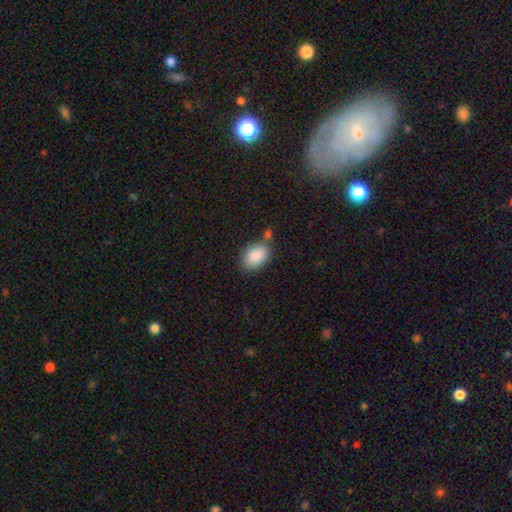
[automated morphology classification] Smooth or featured: smooth — 88% (star or artifact — 7%)
How rounded: in between — 83% (round — 16%)
Merging: none — 68% (minor disturbance — 16%)